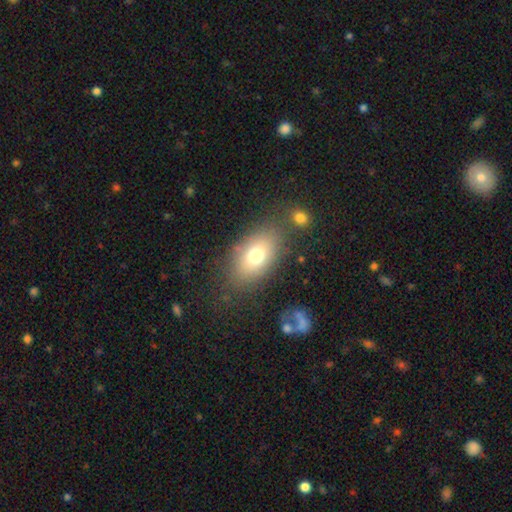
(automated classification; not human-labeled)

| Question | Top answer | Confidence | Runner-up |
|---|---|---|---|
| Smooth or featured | smooth | 72% | featured or disk (18%) |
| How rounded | in between | 85% | round (12%) |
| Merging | none | 76% | minor disturbance (13%) |